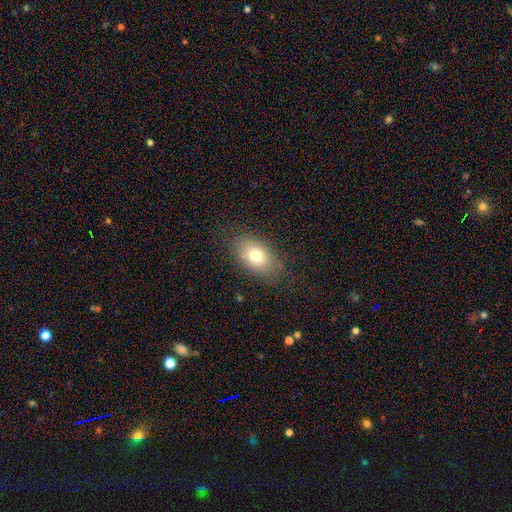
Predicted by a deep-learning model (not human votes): Q: Smooth or featured?
A: smooth (74%); runner-up: featured or disk (16%)
Q: How rounded?
A: in between (85%); runner-up: round (13%)
Q: Merging?
A: none (80%); runner-up: minor disturbance (14%)